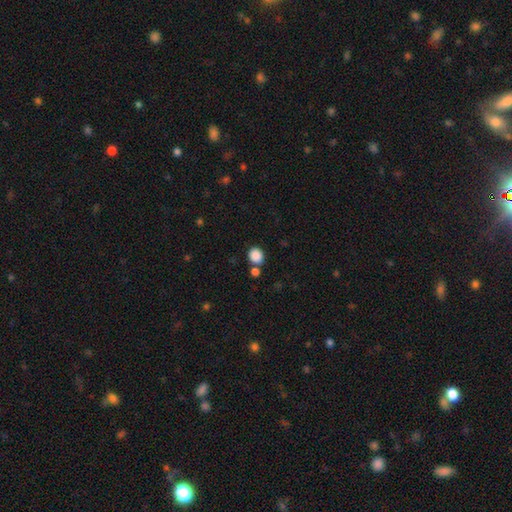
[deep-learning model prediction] A smooth galaxy with no disk features (87%) that is round (79%). Merging: none (73%).